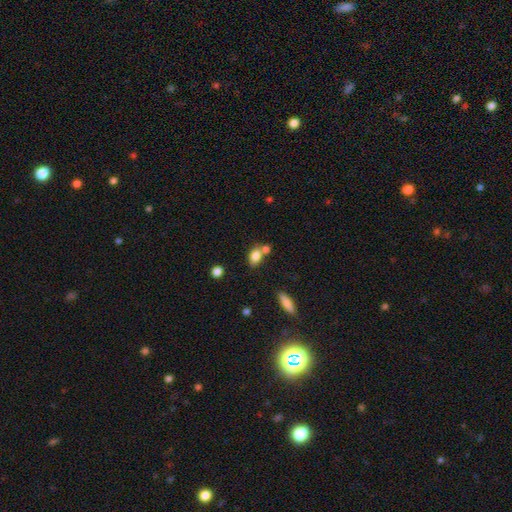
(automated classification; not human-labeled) Smooth or featured? Predicted: smooth (p=0.80). How rounded? Predicted: in between (p=0.76). Merging? Predicted: none (p=0.51).